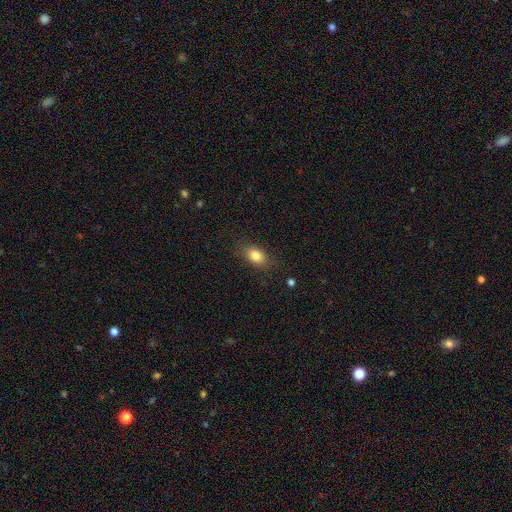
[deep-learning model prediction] Q: Smooth or featured?
A: smooth (81%); runner-up: featured or disk (9%)
Q: How rounded?
A: in between (81%); runner-up: round (16%)
Q: Merging?
A: none (83%); runner-up: minor disturbance (12%)